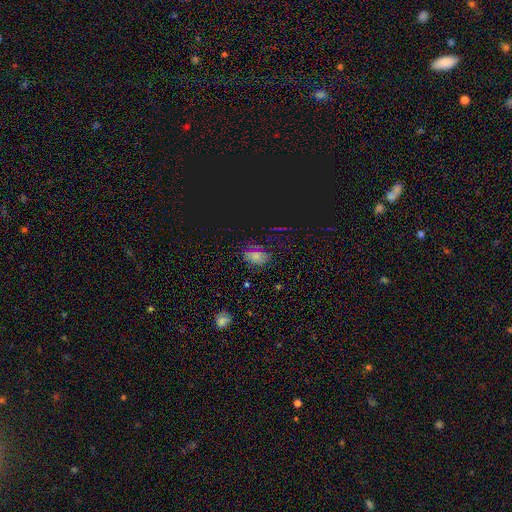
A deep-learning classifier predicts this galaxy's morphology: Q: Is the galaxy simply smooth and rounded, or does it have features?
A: star or artifact — 46%.